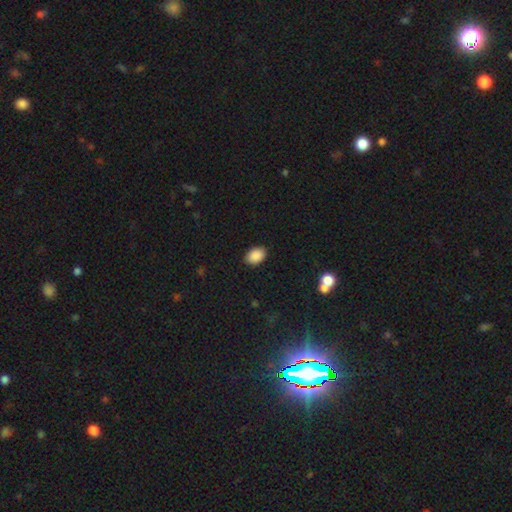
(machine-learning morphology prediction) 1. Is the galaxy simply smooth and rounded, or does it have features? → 90% smooth, 8% star or artifact, 3% featured or disk.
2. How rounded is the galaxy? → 83% in between, 16% round, 1% cigar-shaped.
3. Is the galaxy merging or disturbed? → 88% none, 9% minor disturbance, 2% major disturbance, 1% merger.